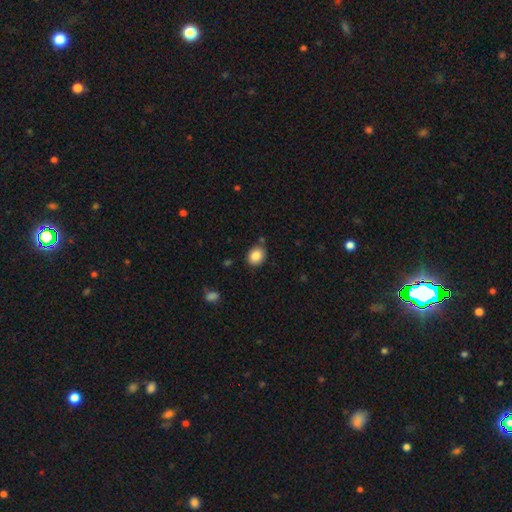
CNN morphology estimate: smooth-or-featured: smooth: 86% | star or artifact: 9% | featured or disk: 5%
  how-rounded: round: 53% | in between: 46% | cigar-shaped: 1%
  merging: none: 81% | minor disturbance: 13% | merger: 4% | major disturbance: 3%